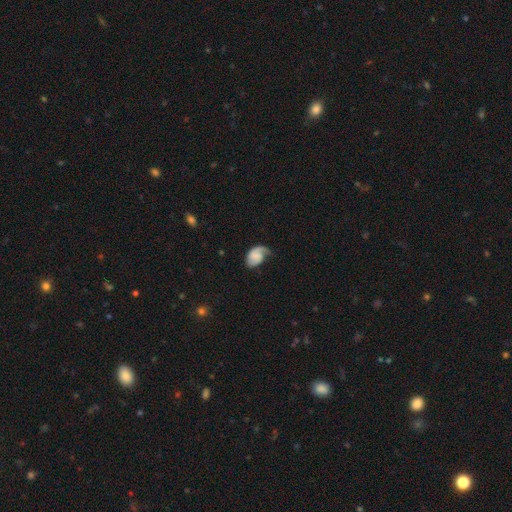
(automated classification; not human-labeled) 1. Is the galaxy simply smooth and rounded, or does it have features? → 60% featured or disk, 33% smooth, 7% star or artifact.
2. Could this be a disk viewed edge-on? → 97% no, 3% yes.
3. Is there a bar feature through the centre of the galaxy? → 60% no, 32% weak, 8% strong.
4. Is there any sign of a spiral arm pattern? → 91% yes, 9% no.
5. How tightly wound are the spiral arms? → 38% medium, 34% loose, 29% tight.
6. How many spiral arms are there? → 53% 1, 39% 2, 6% can't tell, 1% 3, 1% 4, 1% more than 4.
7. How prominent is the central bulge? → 52% none, 27% small, 13% moderate, 6% large, 3% dominant.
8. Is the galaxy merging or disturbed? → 42% none, 31% minor disturbance, 25% major disturbance, 2% merger.